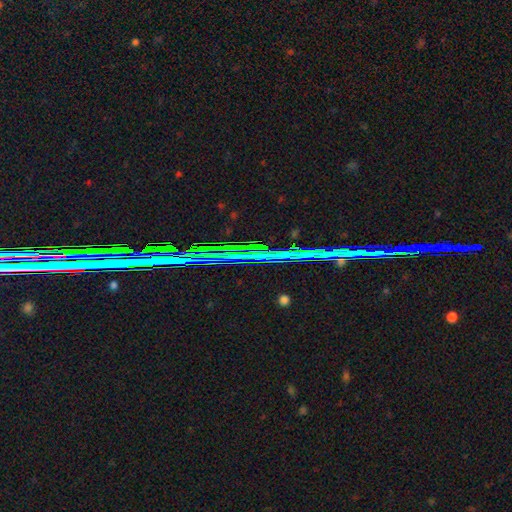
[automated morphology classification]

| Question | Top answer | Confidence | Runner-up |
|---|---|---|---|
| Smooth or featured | star or artifact | 82% | featured or disk (10%) |